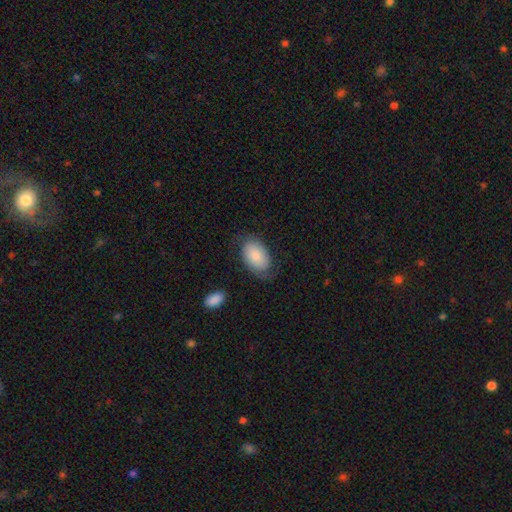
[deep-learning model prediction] Smooth or featured?
  - smooth: 70% *
  - featured or disk: 23%
  - star or artifact: 7%
How rounded?
  - in between: 90% *
  - round: 9%
  - cigar-shaped: 1%
Merging?
  - none: 64% *
  - minor disturbance: 22%
  - major disturbance: 12%
  - merger: 2%